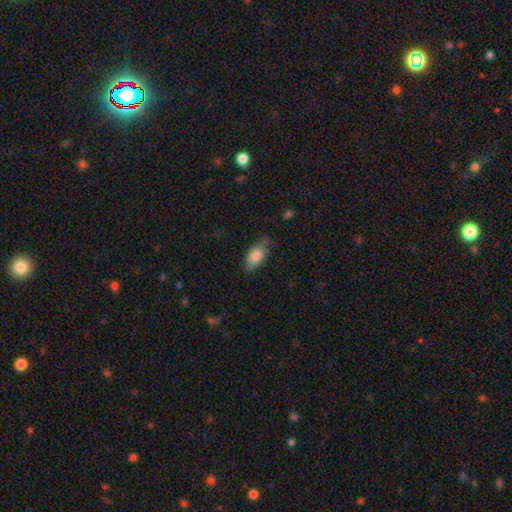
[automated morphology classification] A smooth galaxy with no disk features (82%) that is in between round and cigar-shaped (89%). Merging: none (66%).